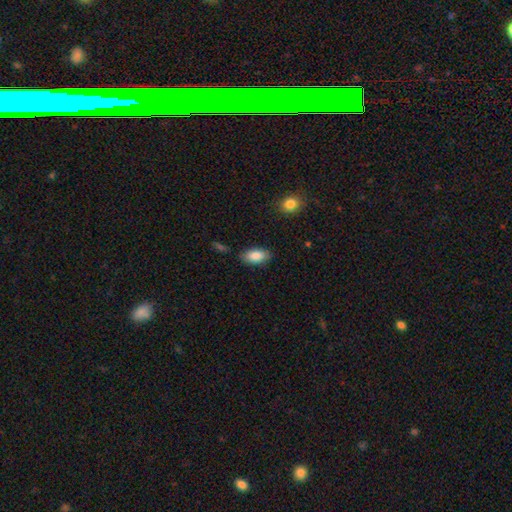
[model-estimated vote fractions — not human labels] Overall: smooth (86%). How rounded: in between (93%). Merging: none (83%).